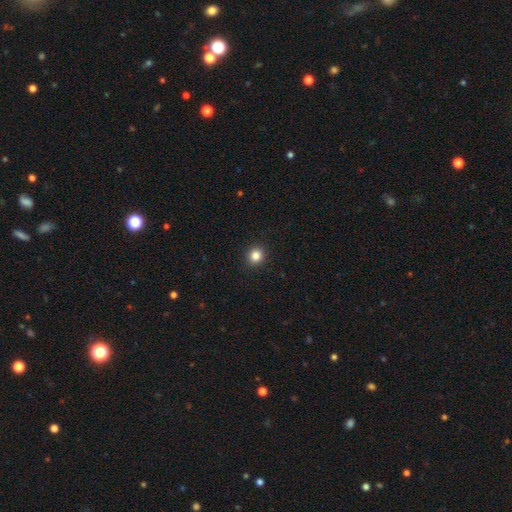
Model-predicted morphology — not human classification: This is clearly a smooth galaxy (85%). How rounded: clearly round (86%). Merging: clearly none (92%).